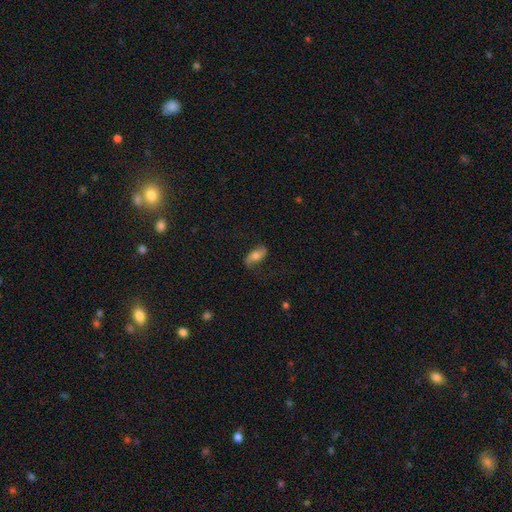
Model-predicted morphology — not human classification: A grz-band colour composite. It shows a featured or disk galaxy (54%). Merging: none (74%).